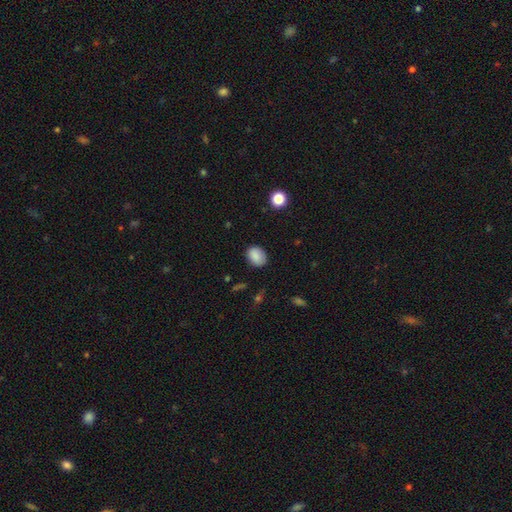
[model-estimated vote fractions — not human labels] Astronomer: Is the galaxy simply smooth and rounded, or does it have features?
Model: smooth — 86%.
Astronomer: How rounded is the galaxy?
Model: in between — 56% (runner-up: round, 43%).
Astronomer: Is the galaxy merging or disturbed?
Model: none — 83%.